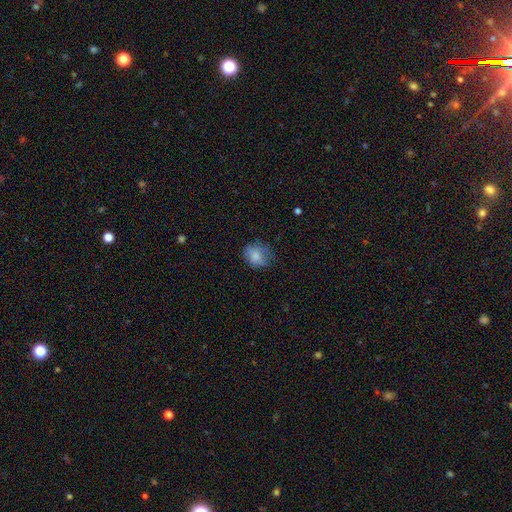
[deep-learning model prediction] Smooth or featured?
  - smooth: 77% *
  - featured or disk: 14%
  - star or artifact: 10%
How rounded?
  - round: 62% *
  - in between: 37%
  - cigar-shaped: 1%
Merging?
  - none: 64% *
  - minor disturbance: 25%
  - major disturbance: 10%
  - merger: 1%